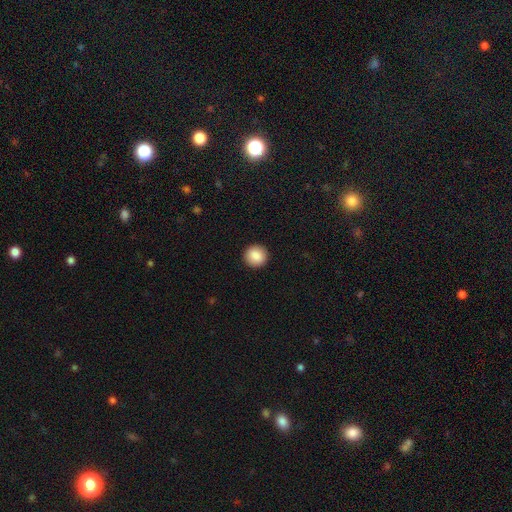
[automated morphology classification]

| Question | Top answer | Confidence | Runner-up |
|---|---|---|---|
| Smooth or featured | smooth | 89% | star or artifact (8%) |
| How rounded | round | 94% | in between (5%) |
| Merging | none | 93% | minor disturbance (5%) |